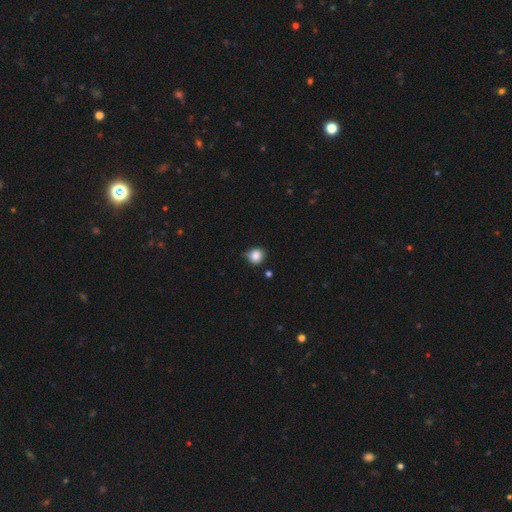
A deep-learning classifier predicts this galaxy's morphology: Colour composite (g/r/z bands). It shows a smooth galaxy with no disk features (85%) that is round (86%). Merging: none (73%).